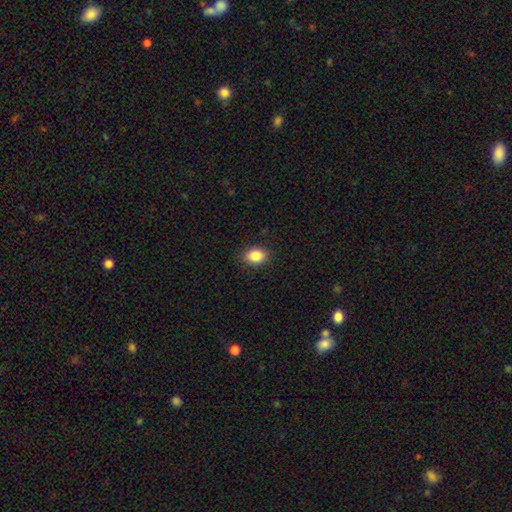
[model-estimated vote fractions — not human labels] A smooth galaxy with no disk features (86%) that is in between round and cigar-shaped (72%).

Vote fractions:
- Smooth or featured? smooth: 86% / star or artifact: 9% / featured or disk: 5%
- How rounded? in between: 72% / round: 27% / cigar-shaped: 1%
- Merging? none: 88% / minor disturbance: 9% / major disturbance: 2% / merger: 1%